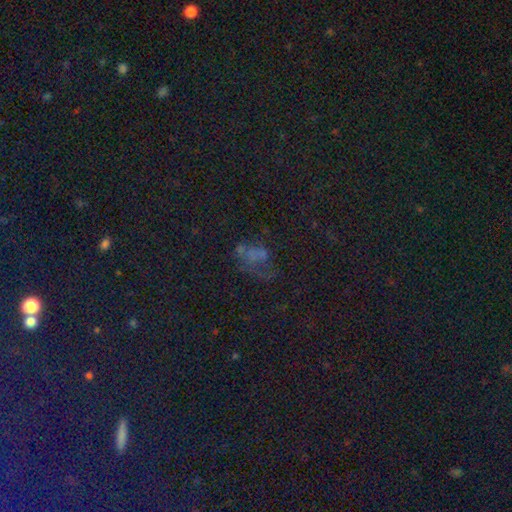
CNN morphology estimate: A smooth galaxy with no disk features (37%). Merging: major disturbance (33%).